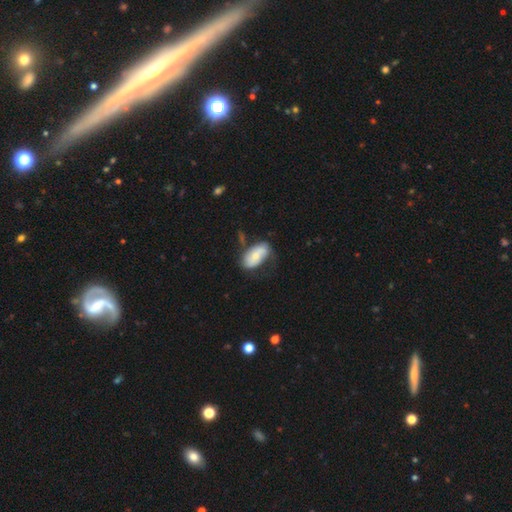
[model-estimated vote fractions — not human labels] This appears to be a smooth galaxy with no disk features (59%) that is in between round and cigar-shaped (93%). Merging: none (51%).